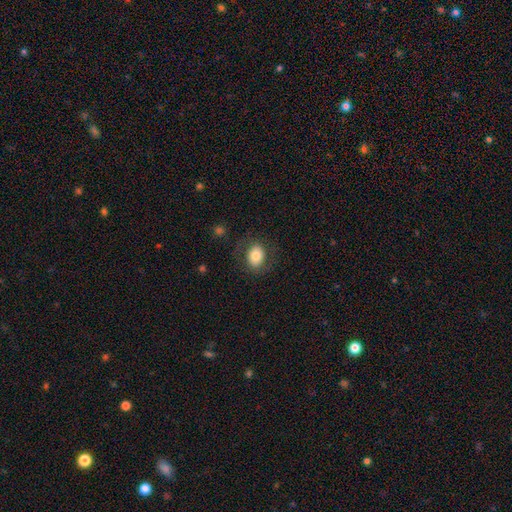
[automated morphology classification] Q: Smooth or featured?
A: smooth (76%); runner-up: featured or disk (16%)
Q: How rounded?
A: in between (59%); runner-up: round (40%)
Q: Merging?
A: none (77%); runner-up: minor disturbance (13%)